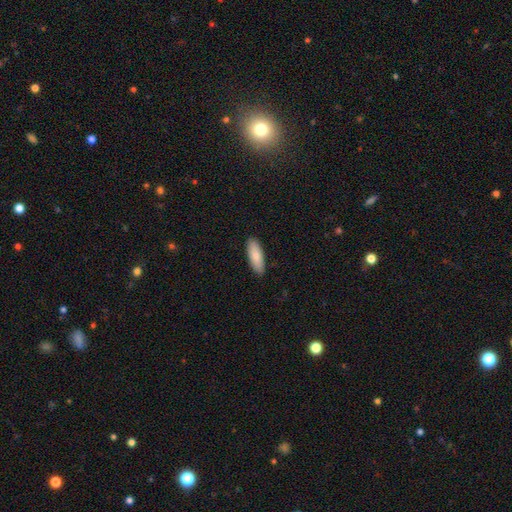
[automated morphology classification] The model was most divided on "how rounded": in between: 62%, cigar-shaped: 36%, round: 2%. More confident: merging — none (89%); smooth or featured — smooth (83%).